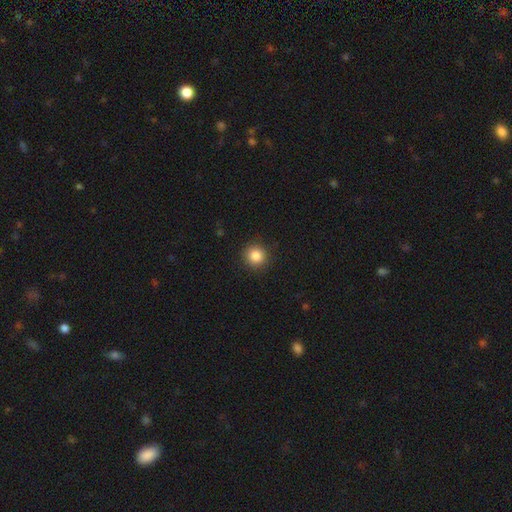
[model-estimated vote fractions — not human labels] Smooth or featured: smooth — 86% (star or artifact — 10%)
How rounded: round — 93% (in between — 6%)
Merging: none — 91% (minor disturbance — 6%)